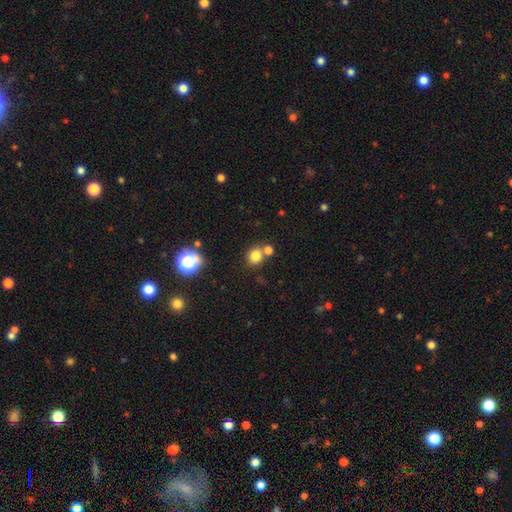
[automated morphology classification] This is likely a smooth galaxy (79%). How rounded: likely round (76%). Merging: likely none (63%).